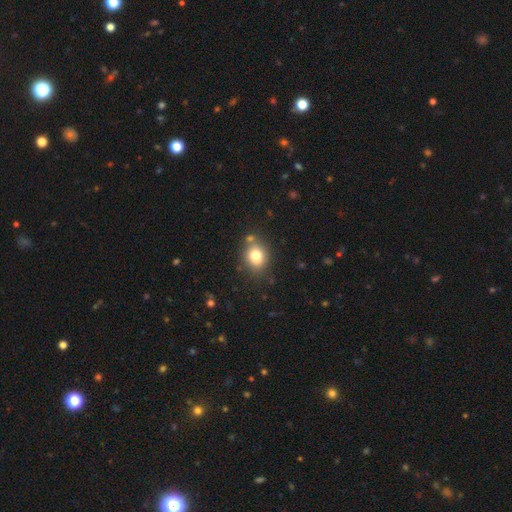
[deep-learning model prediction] This appears to be a smooth galaxy with no disk features (79%) that is round (52%). Merging: none (73%).